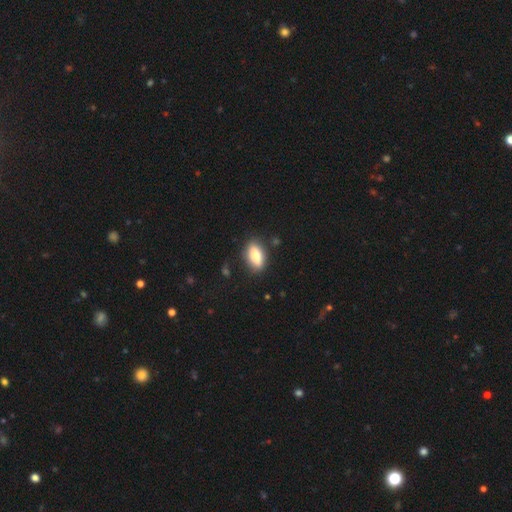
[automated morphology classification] Smooth or featured? smooth (75%)
How rounded? in between (83%)
Merging? none (80%)